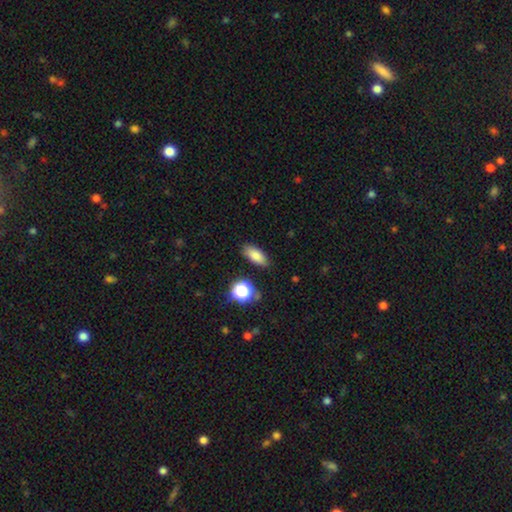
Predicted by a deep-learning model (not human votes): The model was most divided on "how rounded": in between: 78%, cigar-shaped: 16%, round: 6%. More confident: merging — none (84%); smooth or featured — smooth (82%).